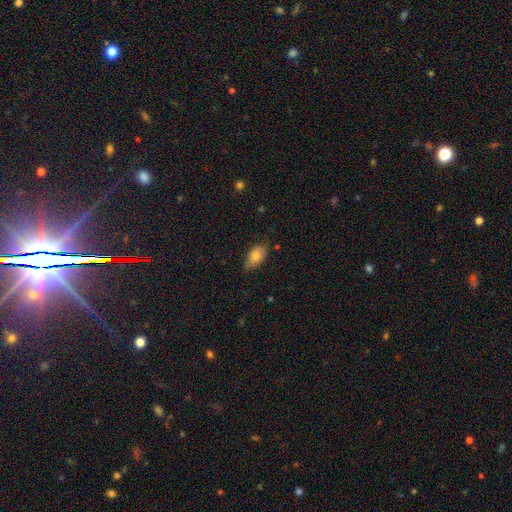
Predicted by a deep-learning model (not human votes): Smooth or featured? Predicted: smooth (p=0.79). How rounded? Predicted: in between (p=0.92). Merging? Predicted: none (p=0.75).